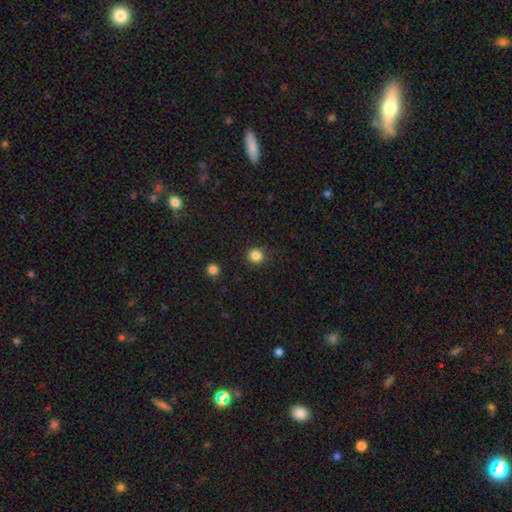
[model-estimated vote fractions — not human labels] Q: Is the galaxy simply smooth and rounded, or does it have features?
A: smooth — 84%.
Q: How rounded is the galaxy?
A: round — 92%.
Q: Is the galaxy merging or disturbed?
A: none — 91%.